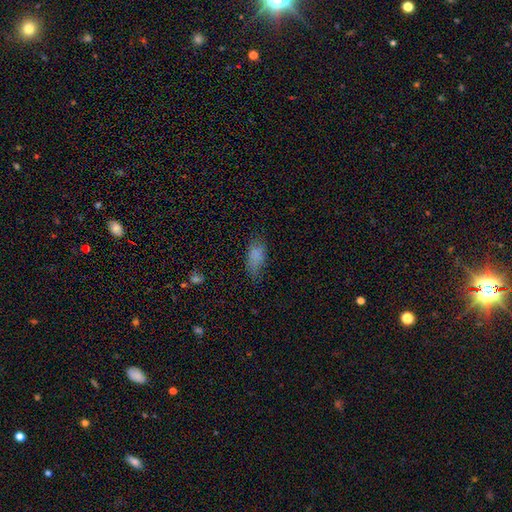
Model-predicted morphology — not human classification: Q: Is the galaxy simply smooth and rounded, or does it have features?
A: smooth — 79%.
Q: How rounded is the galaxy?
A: in between — 85%.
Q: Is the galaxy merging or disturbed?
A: none — 54%.